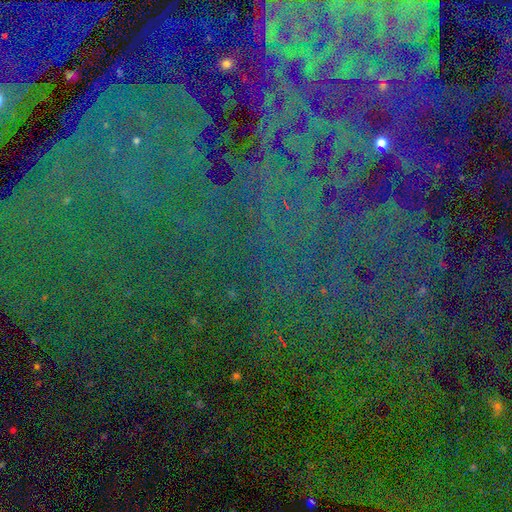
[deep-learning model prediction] star or artifact 81%, featured or disk 10%, smooth 9%.